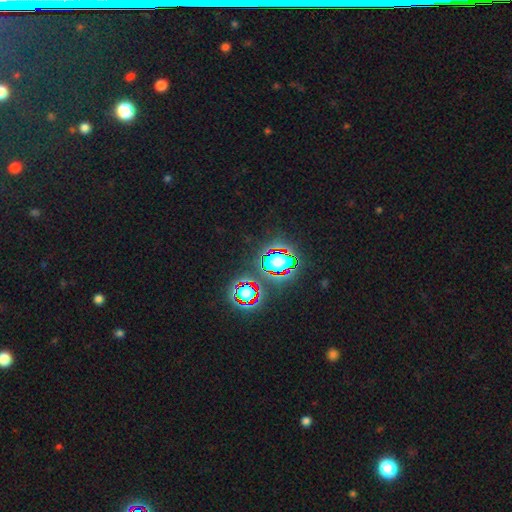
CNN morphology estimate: This appears to be a star or artifact, not a galaxy (81%).